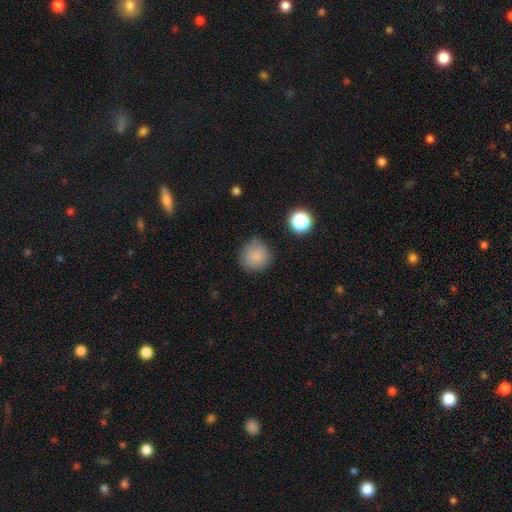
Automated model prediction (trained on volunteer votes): This appears to be a smooth galaxy with no disk features (83%) that is round (93%). Merging: none (78%).